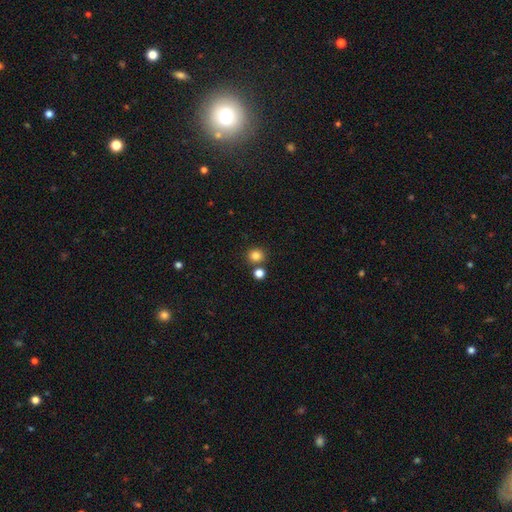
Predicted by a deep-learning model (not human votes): This is clearly a smooth galaxy (83%). How rounded: clearly round (88%). Merging: likely none (76%).